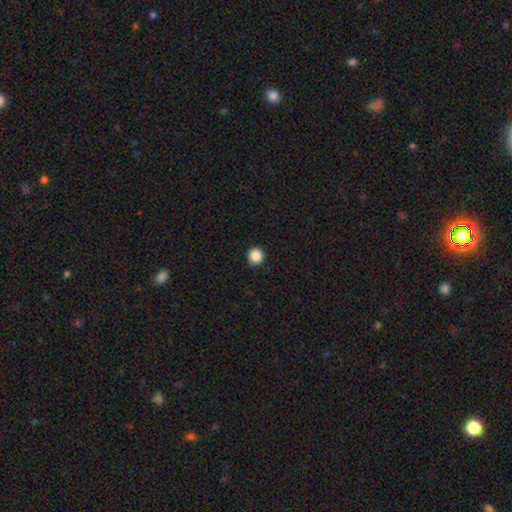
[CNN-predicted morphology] This appears to be a smooth galaxy with no disk features (88%) that is round (94%). Merging: none (91%).